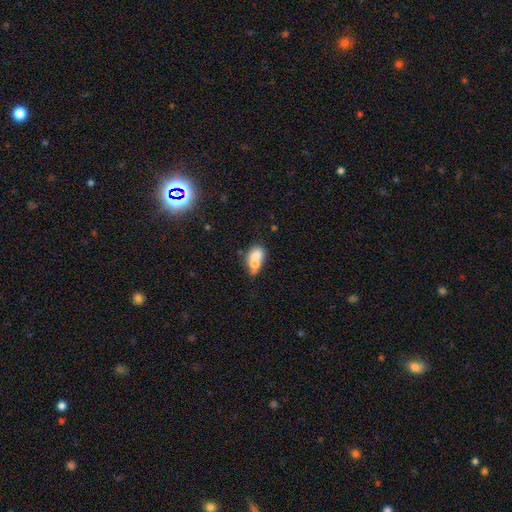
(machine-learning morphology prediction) This appears to be a smooth galaxy with no disk features (65%) that is in between round and cigar-shaped (64%). Merging: merger (64%).